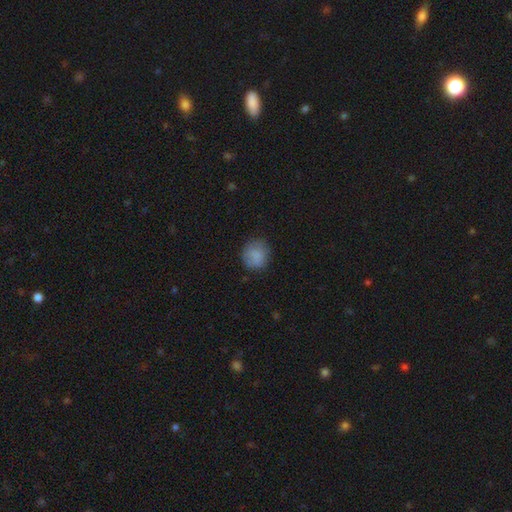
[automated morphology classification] Smooth or featured? Predicted: smooth (p=0.82). How rounded? Predicted: round (p=0.82). Merging? Predicted: none (p=0.75).